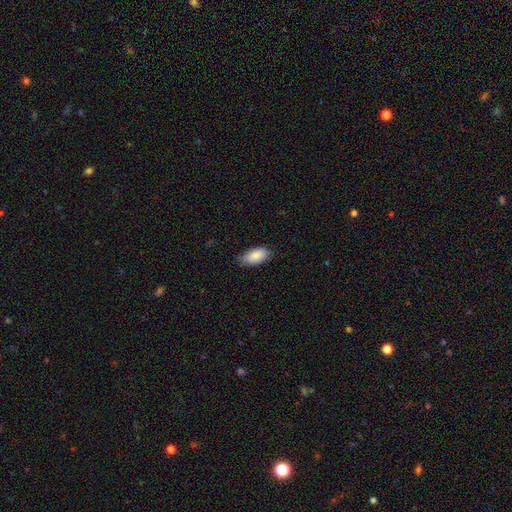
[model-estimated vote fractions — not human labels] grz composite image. It shows a smooth galaxy with no disk features (87%) that is in between round and cigar-shaped (93%). Merging: none (75%).